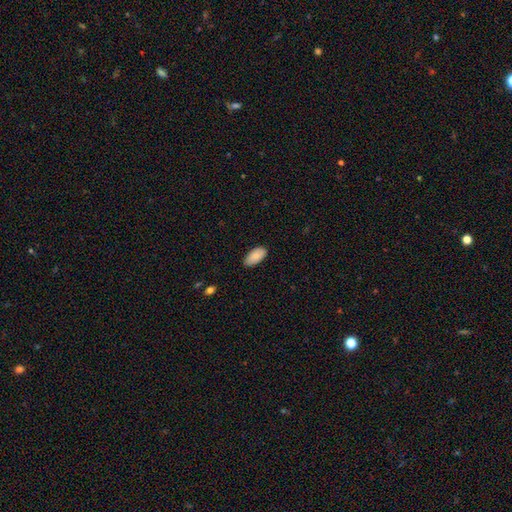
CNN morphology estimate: Smooth or featured? smooth (85%)
How rounded? in between (94%)
Merging? none (83%)